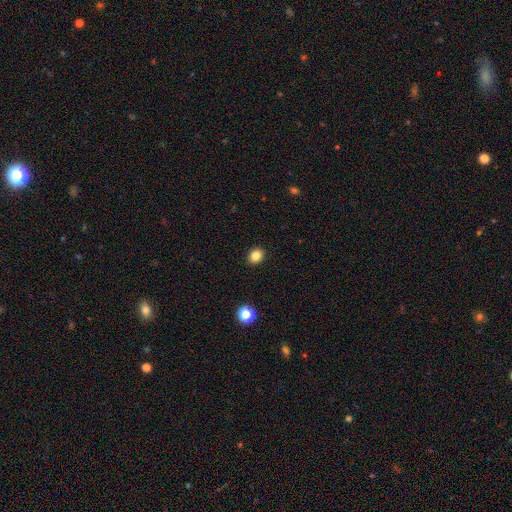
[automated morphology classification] This is clearly a smooth galaxy (85%). How rounded: possibly round (56%). Merging: clearly none (91%).